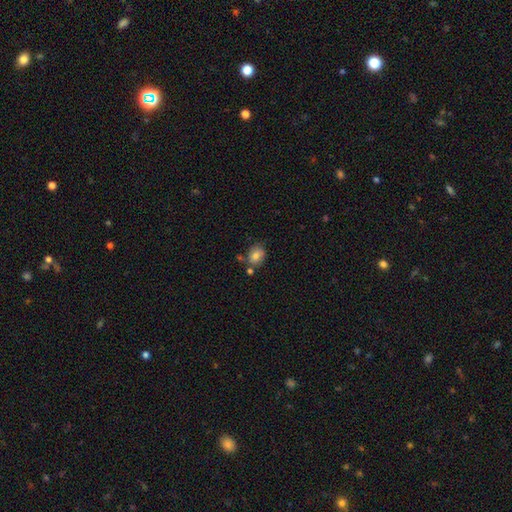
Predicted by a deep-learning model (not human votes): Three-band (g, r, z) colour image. It shows a smooth galaxy with no disk features (76%) that is in between round and cigar-shaped (52%). Merging: none (62%).